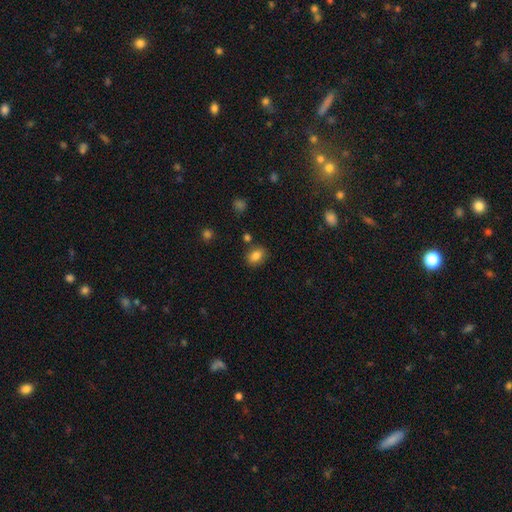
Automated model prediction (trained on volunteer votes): A smooth galaxy with no disk features (84%) that is in between round and cigar-shaped (72%). Merging: none (81%).